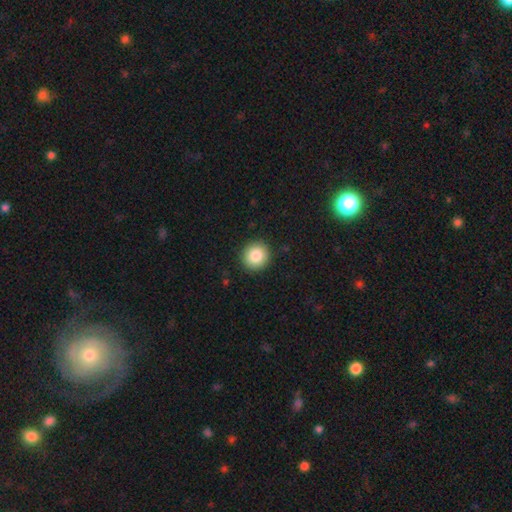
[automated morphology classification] type=smooth (85%); roundness=round (92%); merging=none (92%).